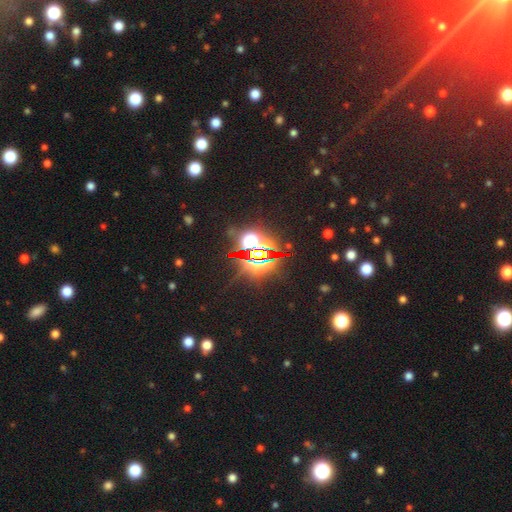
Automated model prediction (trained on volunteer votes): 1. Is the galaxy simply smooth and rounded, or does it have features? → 83% star or artifact, 9% smooth, 8% featured or disk.